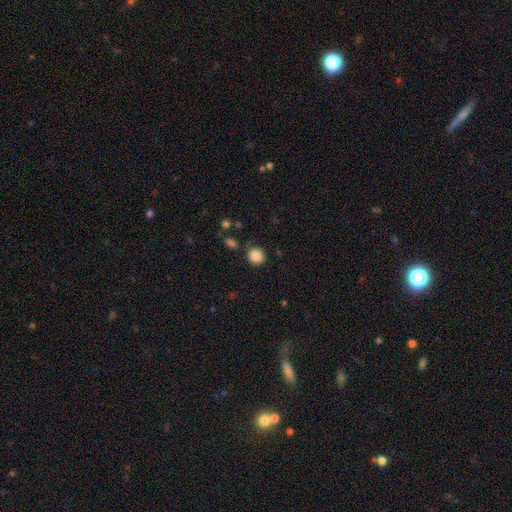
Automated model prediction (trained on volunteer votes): Smooth or featured? Predicted: smooth (p=0.87). How rounded? Predicted: round (p=0.89). Merging? Predicted: none (p=0.82).